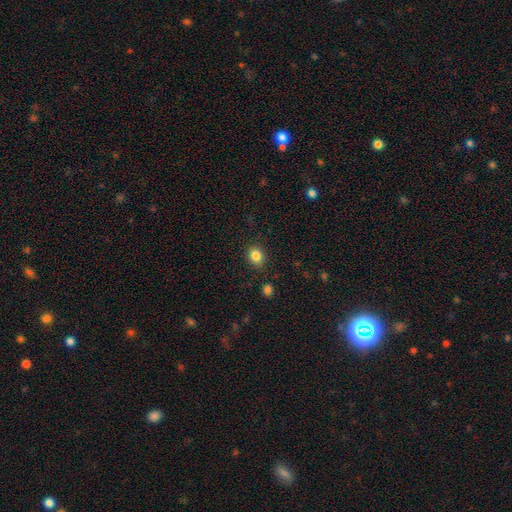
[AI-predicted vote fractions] smooth_or_featured: smooth (p=0.84) [alt: star or artifact p=0.11]
how_rounded: round (p=0.65) [alt: in between p=0.34]
merging: none (p=0.87) [alt: minor disturbance p=0.09]